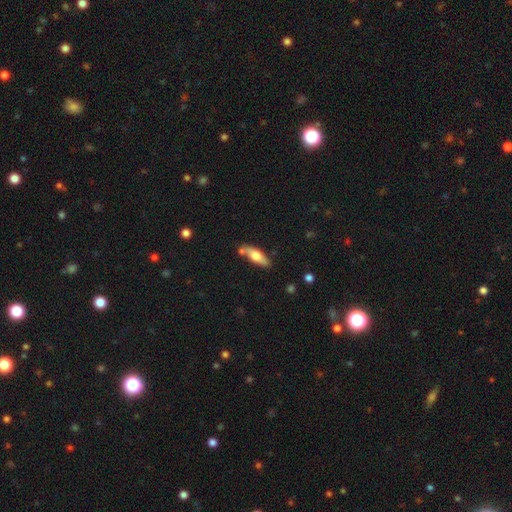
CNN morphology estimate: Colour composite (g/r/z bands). It shows a smooth galaxy with no disk features (58%) that is in between round and cigar-shaped (52%). Merging: none (71%).